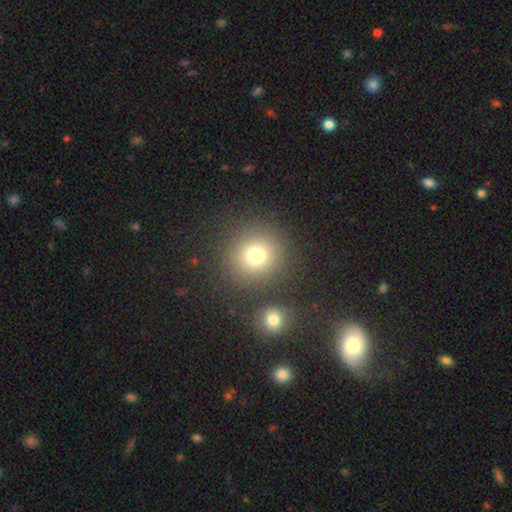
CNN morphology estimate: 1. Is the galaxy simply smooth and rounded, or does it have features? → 76% smooth, 15% star or artifact, 9% featured or disk.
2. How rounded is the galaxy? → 91% round, 9% in between, 1% cigar-shaped.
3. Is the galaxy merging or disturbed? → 80% none, 9% merger, 7% minor disturbance, 4% major disturbance.